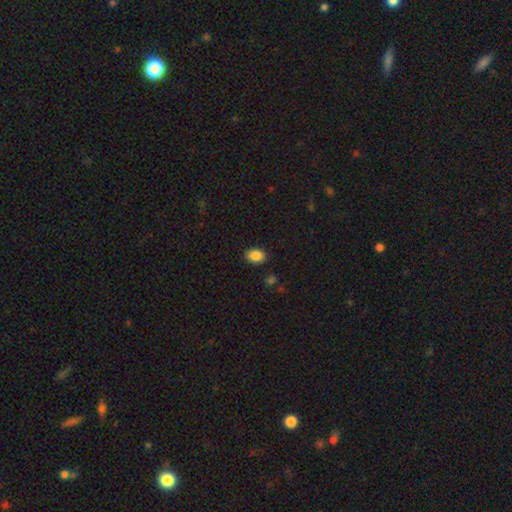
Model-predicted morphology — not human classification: This appears to be a smooth galaxy with no disk features (88%) that is in between round and cigar-shaped (80%). Merging: none (88%).